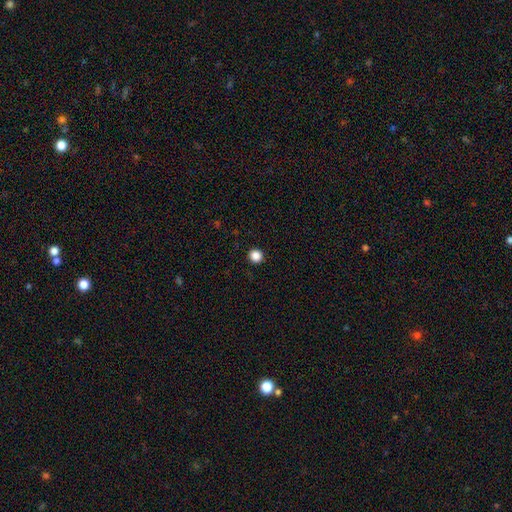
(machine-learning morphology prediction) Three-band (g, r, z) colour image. It shows a smooth galaxy with no disk features (87%) that is round (94%). Merging: none (94%).